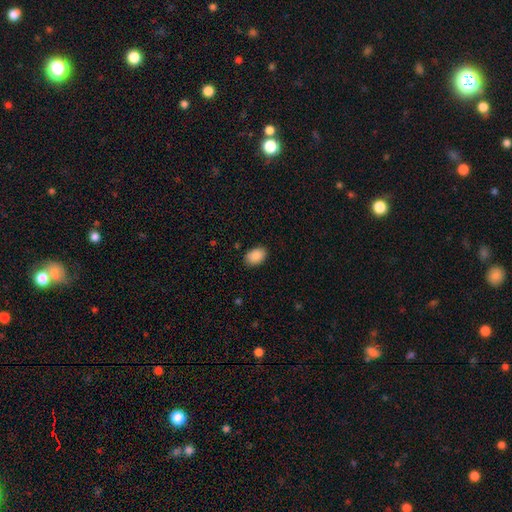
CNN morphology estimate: This is clearly a smooth galaxy (90%). How rounded: clearly in between (85%). Merging: clearly none (87%).